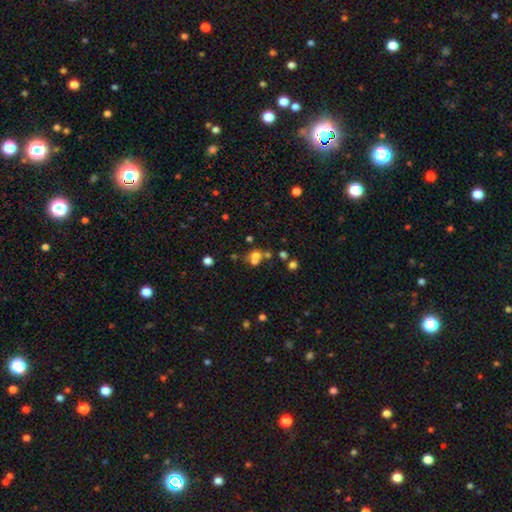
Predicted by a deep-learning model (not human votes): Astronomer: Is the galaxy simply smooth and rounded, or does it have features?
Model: smooth — 60%.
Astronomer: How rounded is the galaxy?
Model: round — 77%.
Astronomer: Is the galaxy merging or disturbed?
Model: merger — 49% (runner-up: none, 38%).